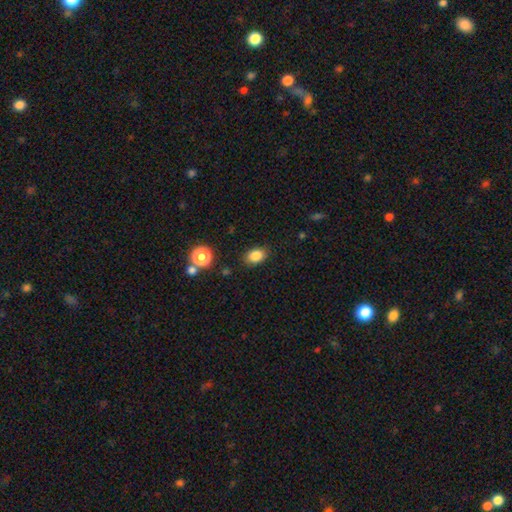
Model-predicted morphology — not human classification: smooth_or_featured: smooth (p=0.84) [alt: star or artifact p=0.10]
how_rounded: in between (p=0.75) [alt: round p=0.24]
merging: none (p=0.85) [alt: minor disturbance p=0.10]